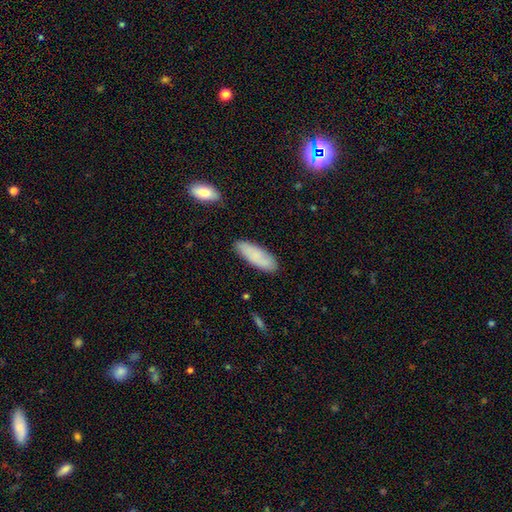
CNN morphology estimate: smooth_or_featured: smooth (p=0.83) [alt: featured or disk p=0.11]
how_rounded: in between (p=0.63) [alt: cigar-shaped p=0.35]
merging: none (p=0.82) [alt: minor disturbance p=0.13]